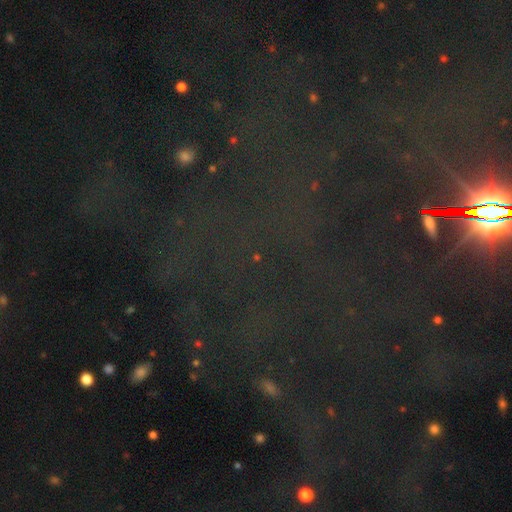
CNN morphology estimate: Smooth or featured? Predicted: star or artifact (p=0.78).